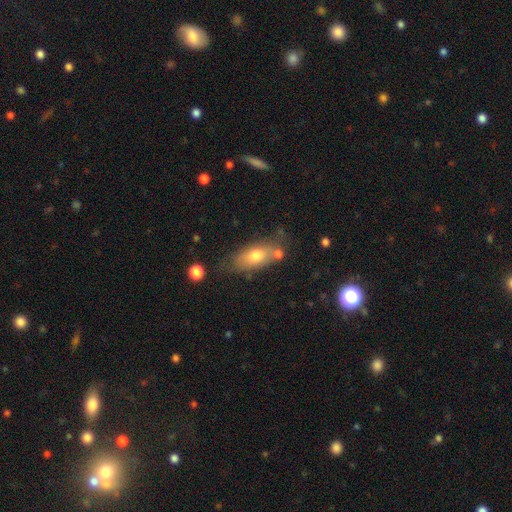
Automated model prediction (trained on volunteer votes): smooth-or-featured: smooth: 69% | featured or disk: 23% | star or artifact: 8%
  how-rounded: in between: 79% | cigar-shaped: 16% | round: 5%
  merging: none: 62% | minor disturbance: 21% | merger: 11% | major disturbance: 6%